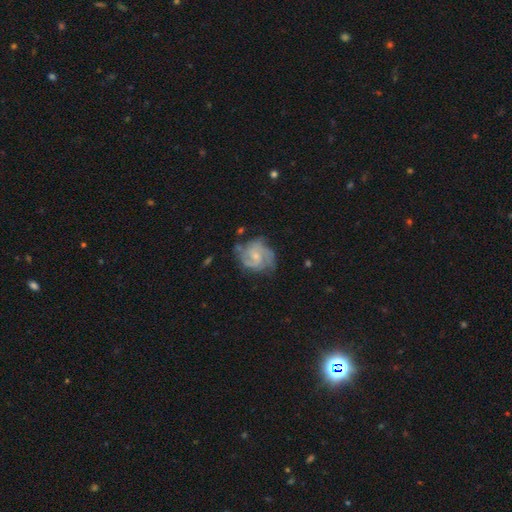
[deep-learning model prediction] A featured or disk galaxy (84%) with no bar (55%), 2 (44%) medium (46%) spiral arms (95%) and a small central bulge (65%).

Vote fractions:
- Smooth or featured? featured or disk: 84% / smooth: 11% / star or artifact: 5%
- Edge-on disk? no: 98% / yes: 2%
- Bar? no: 55% / weak: 39% / strong: 6%
- Spiral arms? yes: 95% / no: 5%
- Spiral winding? medium: 46% / tight: 43% / loose: 11%
- Spiral arm count? 2: 44% / 3: 26% / can't tell: 16% / 4: 5% / 1: 4% / more than 4: 4%
- Bulge size? small: 65% / moderate: 30% / none: 4% / large: 1% / dominant: 1%
- Merging? none: 65% / minor disturbance: 23% / major disturbance: 9% / merger: 3%